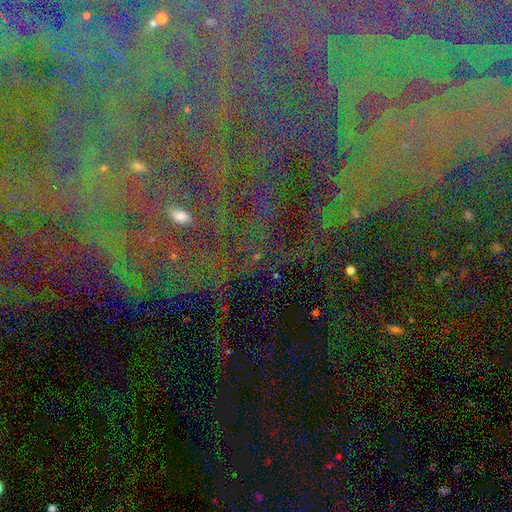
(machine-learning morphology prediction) smooth_or_featured: star or artifact (p=0.75) [alt: featured or disk p=0.15]